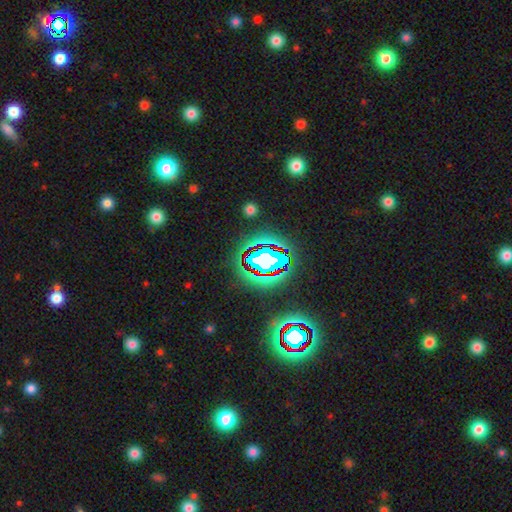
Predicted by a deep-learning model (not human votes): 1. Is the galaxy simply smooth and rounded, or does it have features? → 67% star or artifact, 18% smooth, 15% featured or disk.